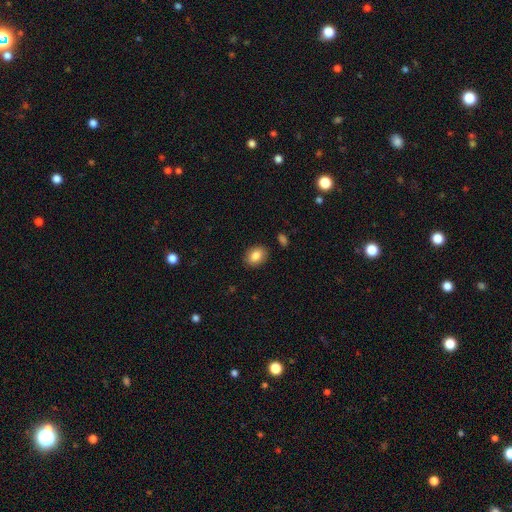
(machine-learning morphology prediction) smooth 86%, star or artifact 8%, featured or disk 6%. Down the decision tree: how rounded — in between (69%); merging — none (87%).